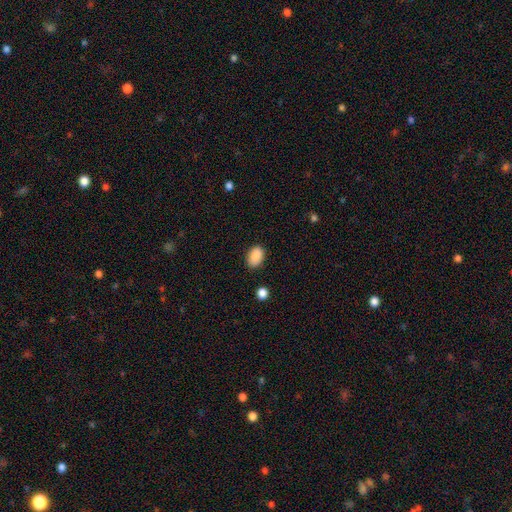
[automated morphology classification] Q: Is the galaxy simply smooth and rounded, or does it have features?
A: smooth — 88%.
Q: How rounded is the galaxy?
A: in between — 85%.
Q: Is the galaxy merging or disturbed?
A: none — 83%.